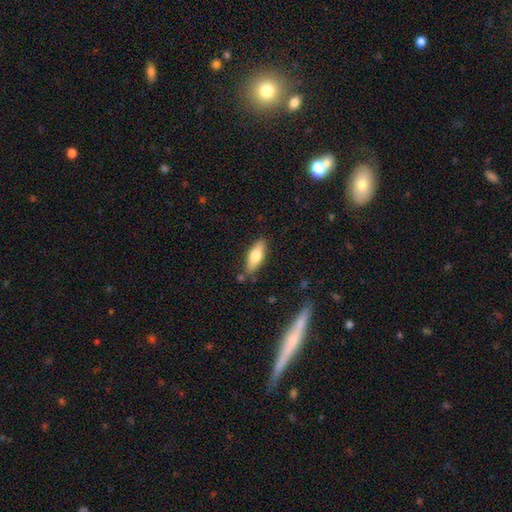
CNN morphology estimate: A smooth galaxy with no disk features (71%) that is in between round and cigar-shaped (64%).

Vote fractions:
- Smooth or featured? smooth: 71% / featured or disk: 23% / star or artifact: 6%
- How rounded? in between: 64% / cigar-shaped: 34% / round: 2%
- Merging? none: 80% / minor disturbance: 14% / merger: 4% / major disturbance: 3%